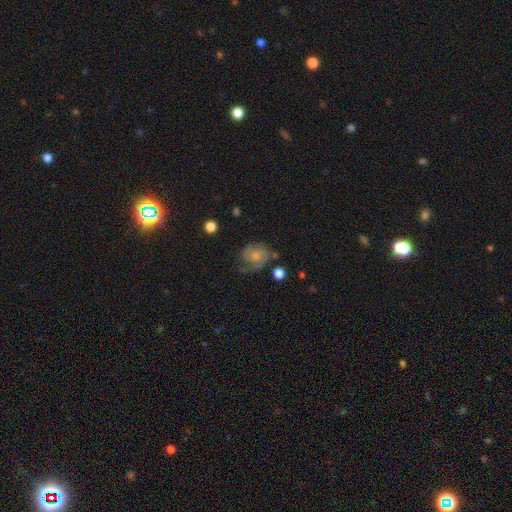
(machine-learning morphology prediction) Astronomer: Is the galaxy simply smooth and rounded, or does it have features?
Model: featured or disk — 48% (runner-up: smooth, 43%).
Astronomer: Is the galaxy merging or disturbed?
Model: none — 45% (runner-up: minor disturbance, 27%).